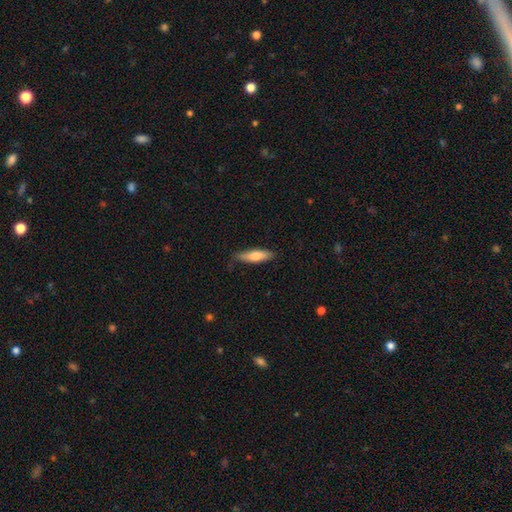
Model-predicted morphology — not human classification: type=smooth (73%); roundness=cigar-shaped (65%); merging=none (76%).